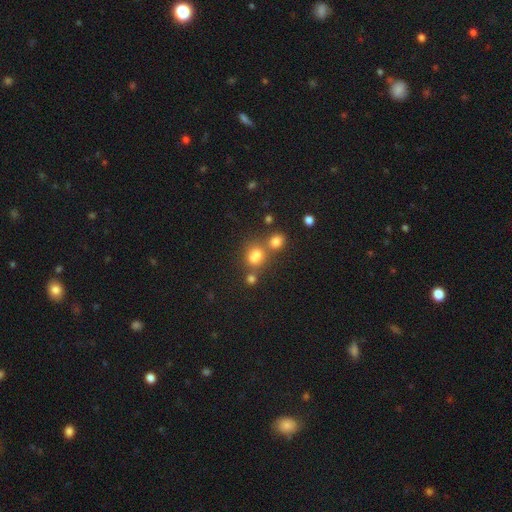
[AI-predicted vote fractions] Smooth or featured? smooth (70%)
How rounded? round (68%)
Merging? none (46%)